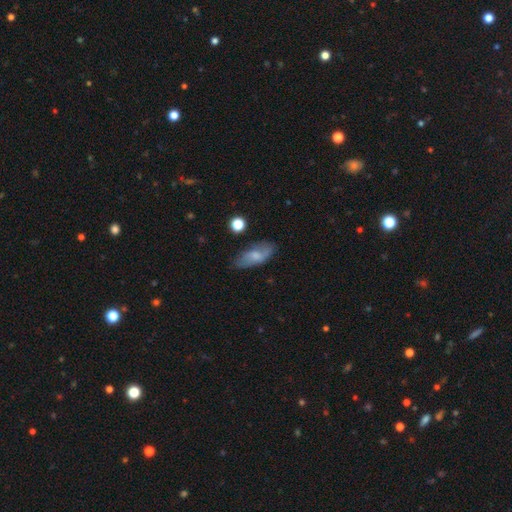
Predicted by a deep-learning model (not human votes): The model was most divided on "smooth or featured": smooth: 62%, featured or disk: 31%, star or artifact: 8%. More confident: how rounded — in between (84%); merging — none (72%).